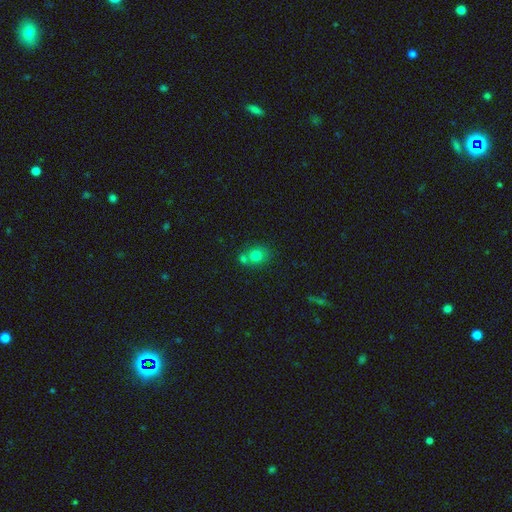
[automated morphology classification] This appears to be a smooth galaxy with no disk features (76%) that is round (69%). Merging: none (48%).